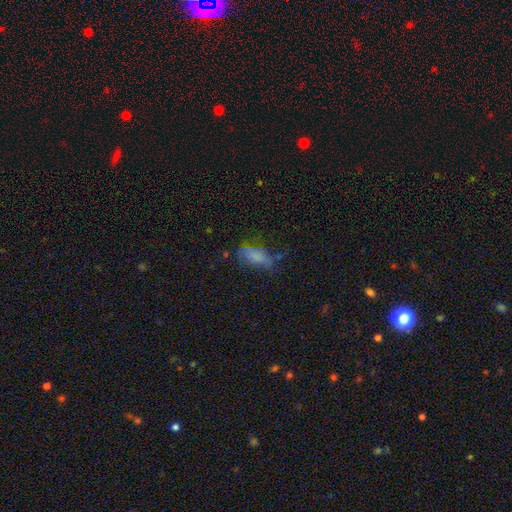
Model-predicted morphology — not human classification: Smooth or featured? smooth (69%)
How rounded? in between (79%)
Merging? none (46%)